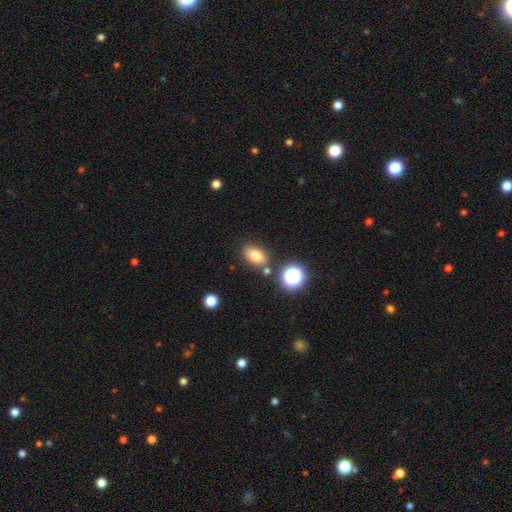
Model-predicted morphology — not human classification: smooth-or-featured: smooth: 78% | star or artifact: 13% | featured or disk: 9%
  how-rounded: in between: 80% | round: 18% | cigar-shaped: 2%
  merging: none: 76% | minor disturbance: 12% | merger: 8% | major disturbance: 3%